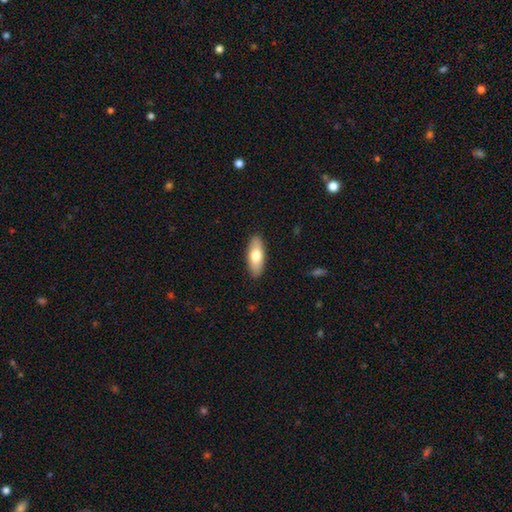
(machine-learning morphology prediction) The model was most divided on "smooth or featured": smooth: 72%, featured or disk: 23%, star or artifact: 5%. More confident: merging — none (89%); how rounded — in between (76%).